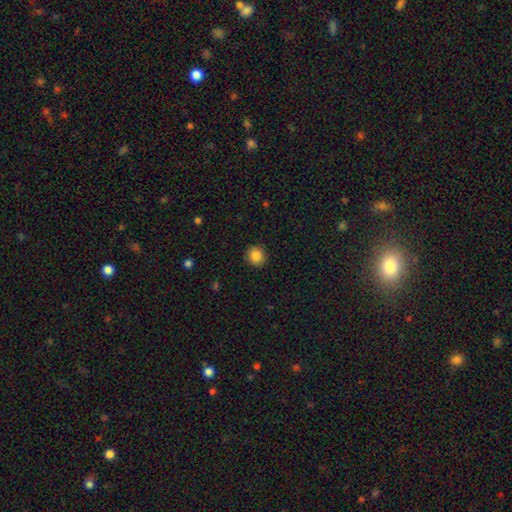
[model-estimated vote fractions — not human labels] This is clearly a smooth galaxy (85%). How rounded: clearly round (89%). Merging: clearly none (91%).